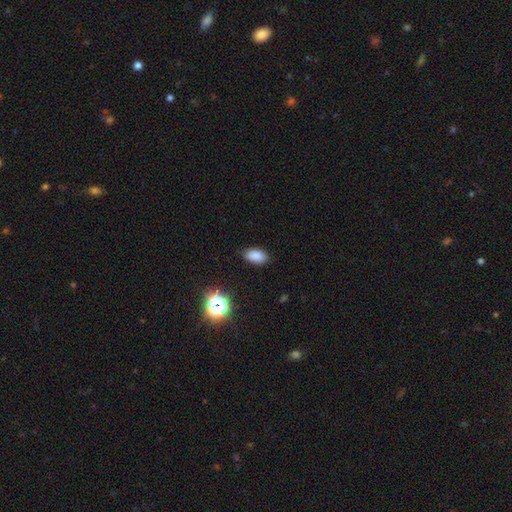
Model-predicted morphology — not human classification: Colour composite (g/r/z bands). It shows a smooth galaxy with no disk features (83%) that is in between round and cigar-shaped (91%). Merging: none (86%).